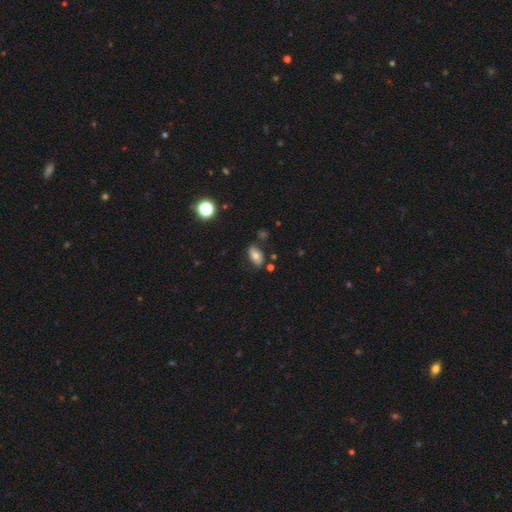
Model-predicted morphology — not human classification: This is likely a smooth galaxy (68%). How rounded: clearly in between (90%). Merging: likely none (72%).